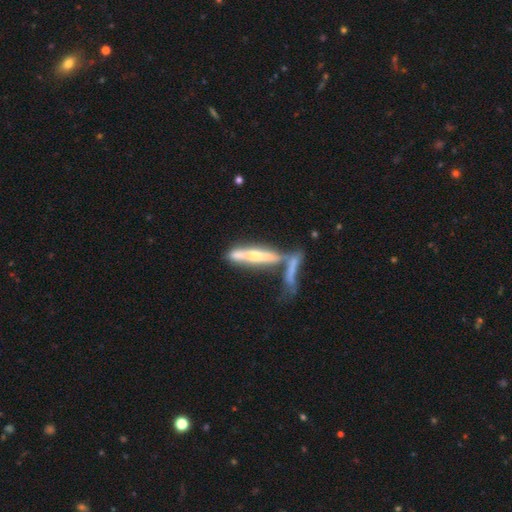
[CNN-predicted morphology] Overall: featured or disk (52%; smooth 40%). Edge-on disk: yes (72%). Merging: merger (47%; none 27%).